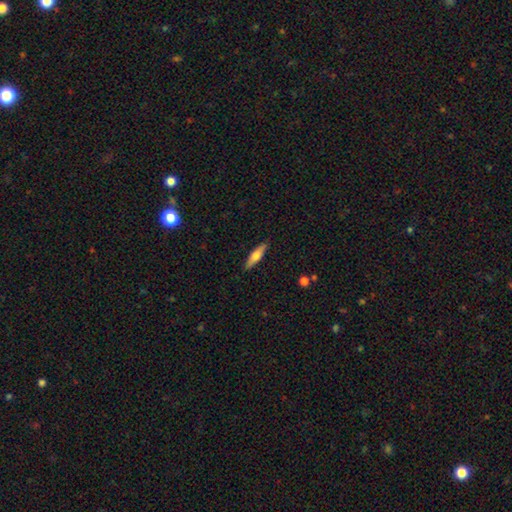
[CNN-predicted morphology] The model was most divided on "smooth or featured": smooth: 63%, featured or disk: 31%, star or artifact: 6%. More confident: merging — none (88%); how rounded — cigar-shaped (69%).